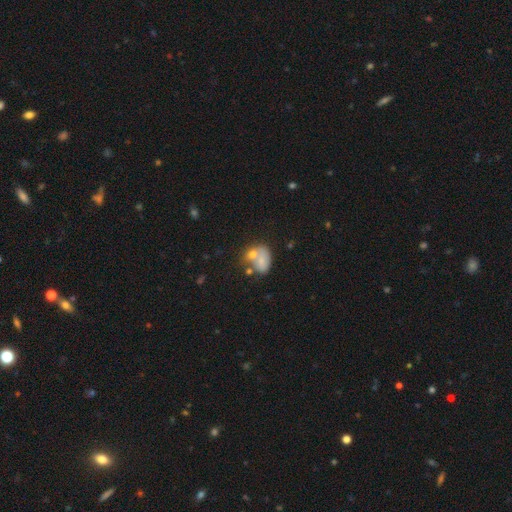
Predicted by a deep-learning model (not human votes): This is likely a smooth galaxy (65%). How rounded: likely in between (70%). Merging: marginally merger (42%).